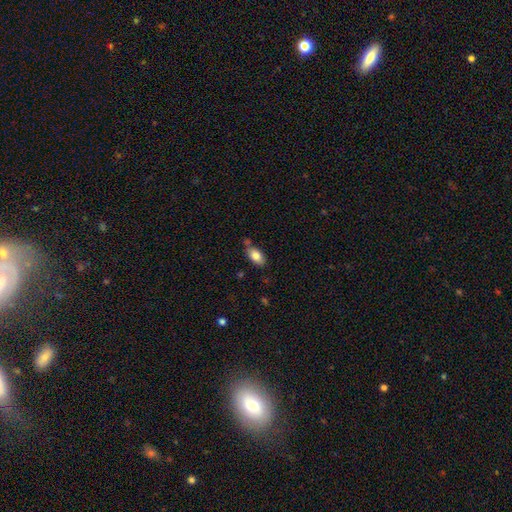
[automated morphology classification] The model was most divided on "merging": none: 68%, minor disturbance: 18%, merger: 10%, major disturbance: 4%. More confident: how rounded — in between (91%); smooth or featured — smooth (80%).